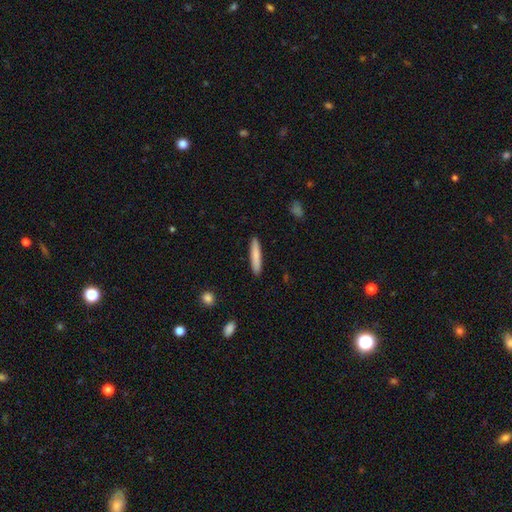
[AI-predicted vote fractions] Q: Smooth or featured?
A: smooth (80%); runner-up: featured or disk (14%)
Q: How rounded?
A: cigar-shaped (91%); runner-up: in between (8%)
Q: Merging?
A: none (91%); runner-up: minor disturbance (6%)